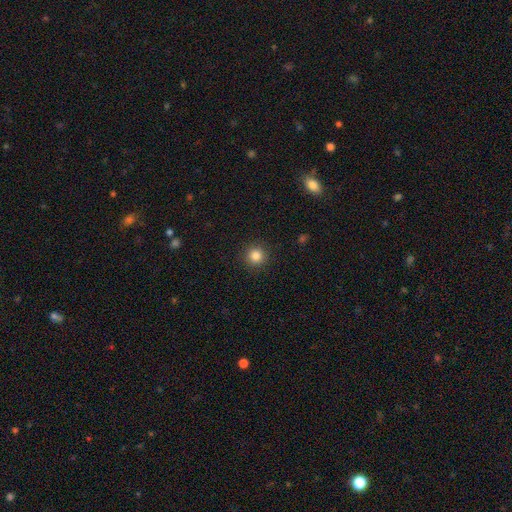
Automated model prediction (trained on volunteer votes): Overall: smooth (84%). How rounded: round (94%). Merging: none (92%).